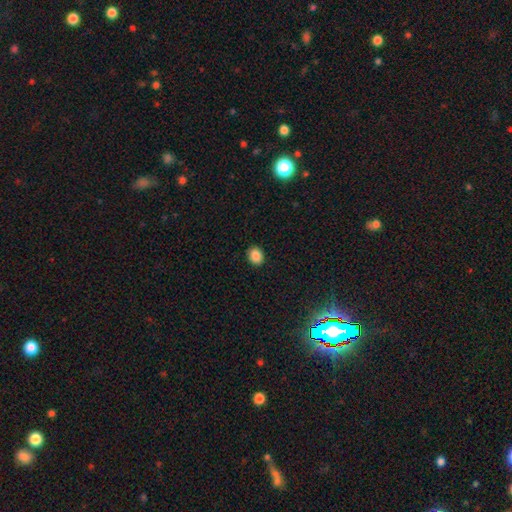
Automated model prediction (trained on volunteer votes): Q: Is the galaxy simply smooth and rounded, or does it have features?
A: smooth — 87%.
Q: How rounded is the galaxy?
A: round — 54%.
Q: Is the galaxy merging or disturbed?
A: none — 91%.